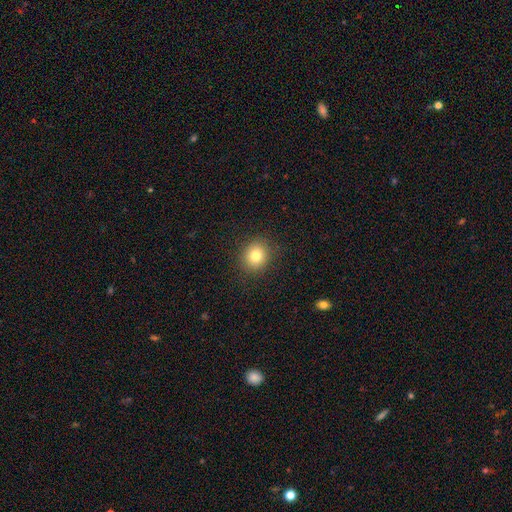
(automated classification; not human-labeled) Smooth or featured? Predicted: smooth (p=0.80). How rounded? Predicted: round (p=0.81). Merging? Predicted: none (p=0.89).